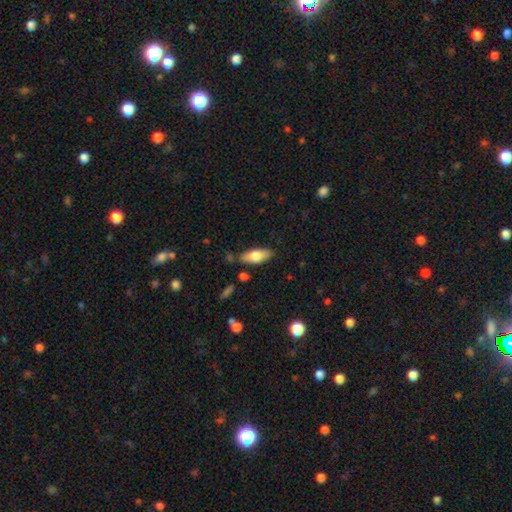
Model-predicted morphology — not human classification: Smooth or featured: smooth — 73% (featured or disk — 21%)
How rounded: in between — 79% (cigar-shaped — 19%)
Merging: none — 82% (minor disturbance — 12%)